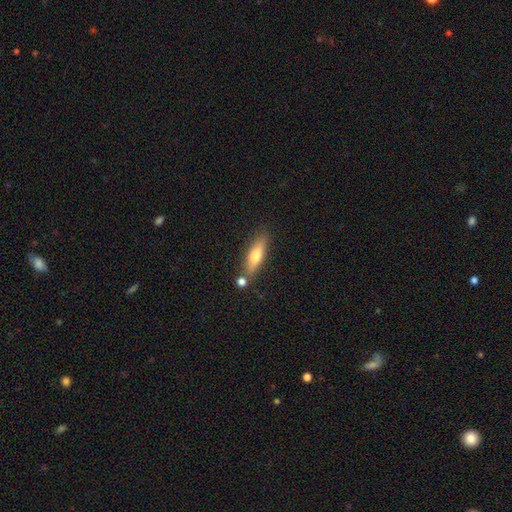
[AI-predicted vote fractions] Smooth or featured: smooth — 64% (featured or disk — 29%)
How rounded: cigar-shaped — 65% (in between — 33%)
Merging: none — 73% (minor disturbance — 13%)